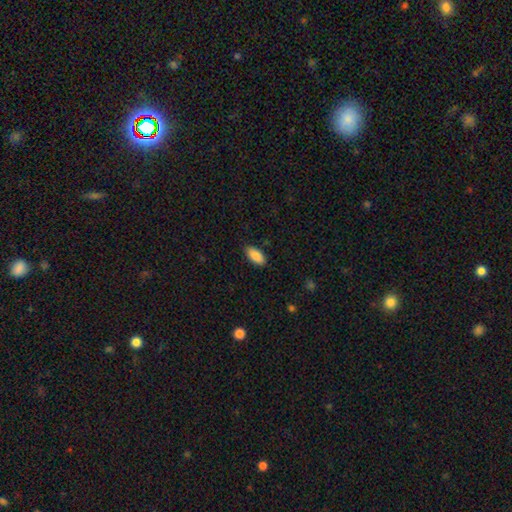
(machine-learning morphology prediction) smooth 88%, star or artifact 7%, featured or disk 5%. Down the decision tree: how rounded — in between (90%); merging — none (86%).